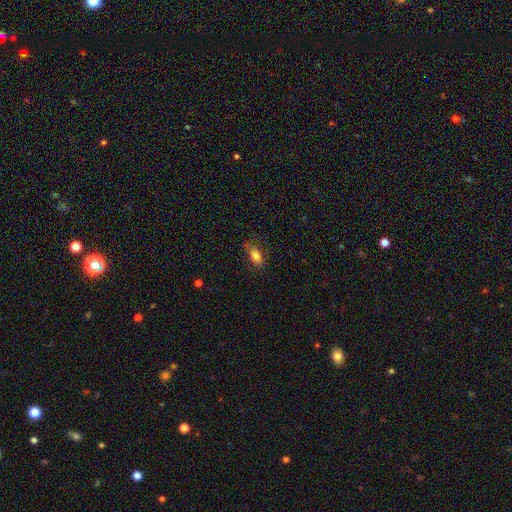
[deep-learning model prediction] This is likely a smooth galaxy (80%). How rounded: clearly in between (86%). Merging: likely none (72%).